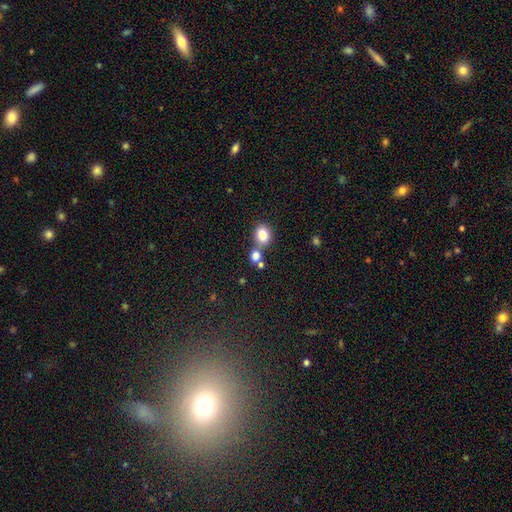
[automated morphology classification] Overall: smooth (79%). How rounded: round (69%; in between 30%). Merging: none (53%; merger 35%).